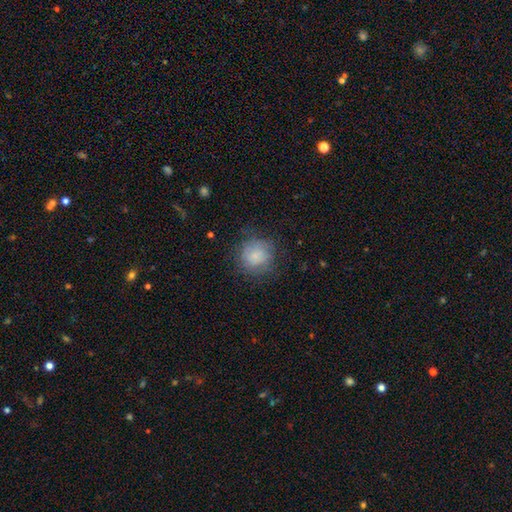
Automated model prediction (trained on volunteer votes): This appears to be a smooth galaxy with no disk features (75%) that is round (89%). Merging: none (70%).